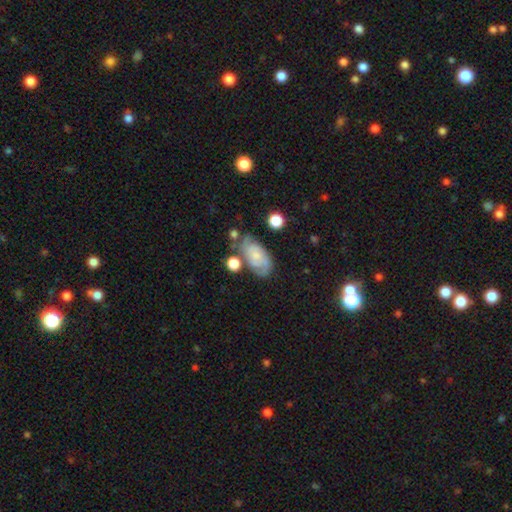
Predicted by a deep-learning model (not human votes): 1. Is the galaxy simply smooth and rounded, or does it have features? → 62% featured or disk, 31% smooth, 8% star or artifact.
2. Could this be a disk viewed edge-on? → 95% no, 5% yes.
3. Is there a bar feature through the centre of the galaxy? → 74% no, 22% weak, 4% strong.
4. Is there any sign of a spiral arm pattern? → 87% yes, 13% no.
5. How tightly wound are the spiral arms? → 50% tight, 37% medium, 13% loose.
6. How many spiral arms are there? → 54% 2, 28% can't tell, 8% 3, 5% 1, 3% 4, 2% more than 4.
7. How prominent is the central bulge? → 63% small, 21% moderate, 12% none, 3% large, 1% dominant.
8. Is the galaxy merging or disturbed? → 57% none, 23% minor disturbance, 10% merger, 10% major disturbance.